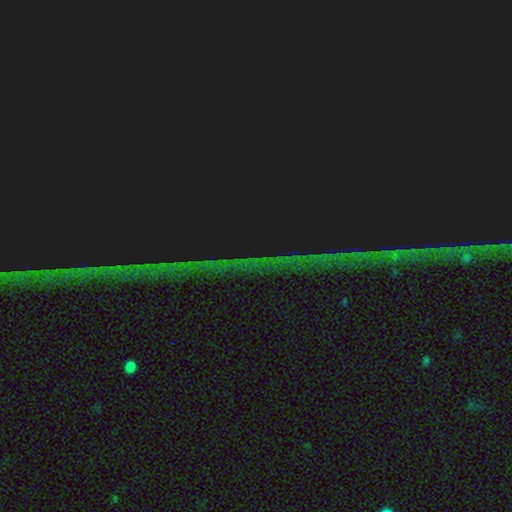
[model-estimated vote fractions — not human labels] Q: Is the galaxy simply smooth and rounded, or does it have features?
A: star or artifact — 85%.